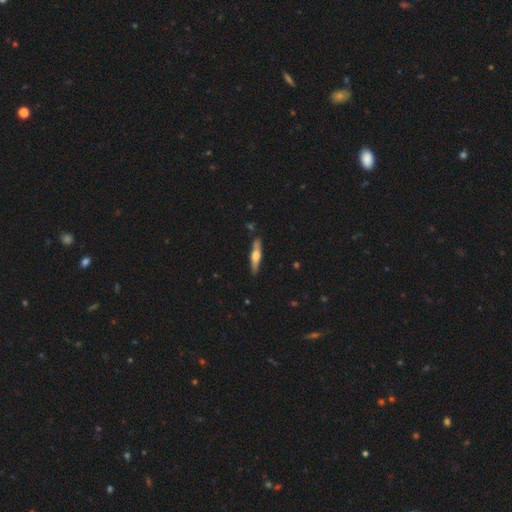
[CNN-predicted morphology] The model was most divided on "smooth or featured": featured or disk: 56%, smooth: 39%, star or artifact: 5%. More confident: edge-on disk — yes (94%); edge-on bulge — rounded (90%); merging — none (87%).